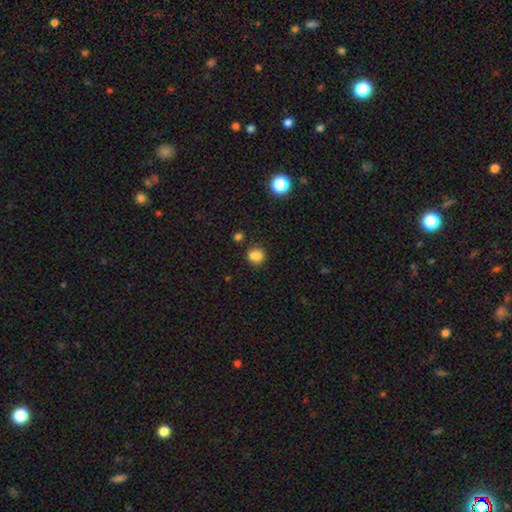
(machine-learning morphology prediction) smooth 79%, star or artifact 13%, featured or disk 8%. Down the decision tree: how rounded — round (76%); merging — none (61%).